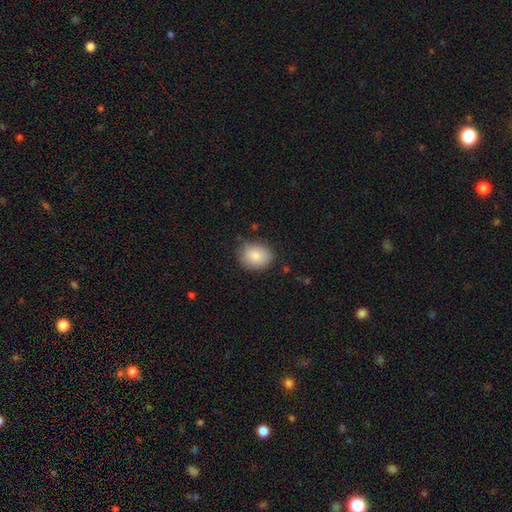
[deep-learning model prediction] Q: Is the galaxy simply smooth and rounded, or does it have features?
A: smooth — 85%.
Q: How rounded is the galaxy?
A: round — 52%.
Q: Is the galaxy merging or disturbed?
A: none — 79%.